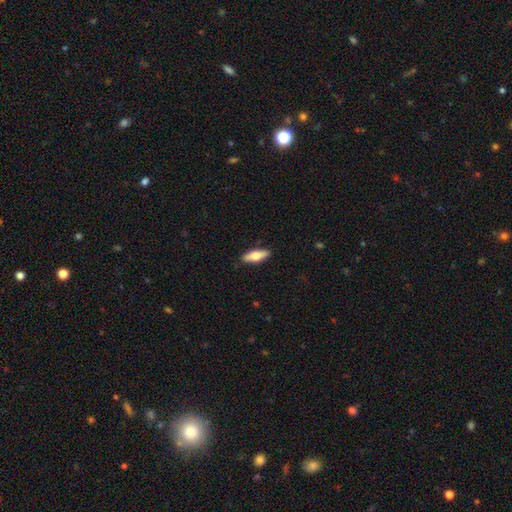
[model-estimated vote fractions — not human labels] Morphology: type=smooth (57%); roundness=in between (54%); merging=none (88%).